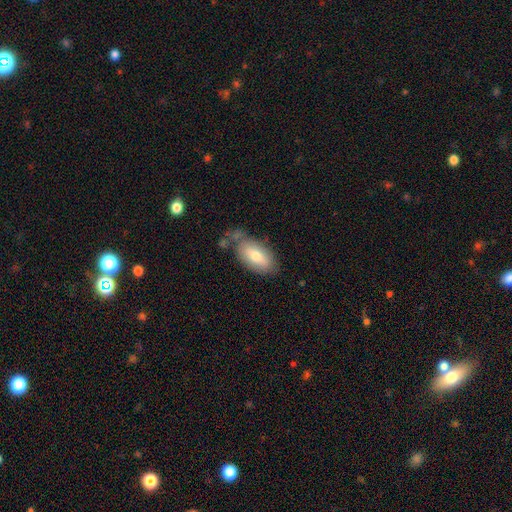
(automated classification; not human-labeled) smooth_or_featured: smooth (p=0.71) [alt: featured or disk p=0.22]
how_rounded: in between (p=0.92) [alt: cigar-shaped p=0.05]
merging: none (p=0.55) [alt: minor disturbance p=0.24]